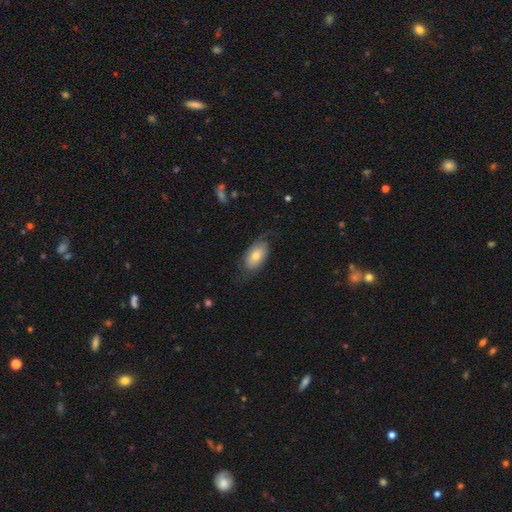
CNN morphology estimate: smooth_or_featured: smooth (p=0.63) [alt: featured or disk p=0.30]
how_rounded: in between (p=0.92) [alt: round p=0.05]
merging: none (p=0.64) [alt: minor disturbance p=0.23]